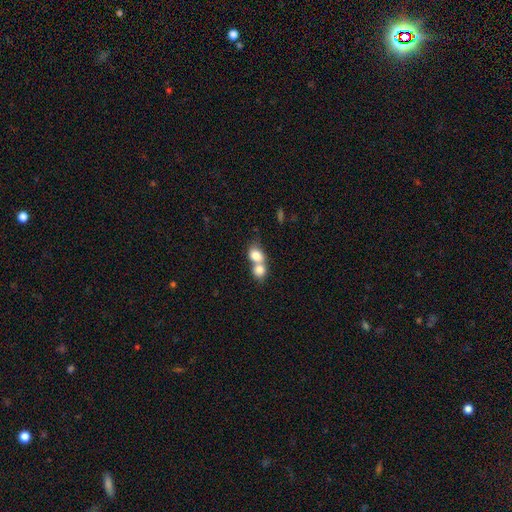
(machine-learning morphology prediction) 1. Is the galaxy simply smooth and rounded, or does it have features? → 79% smooth, 13% featured or disk, 8% star or artifact.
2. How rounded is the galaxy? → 50% in between, 49% round, 2% cigar-shaped.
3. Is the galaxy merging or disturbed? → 71% merger, 20% none, 5% minor disturbance, 3% major disturbance.